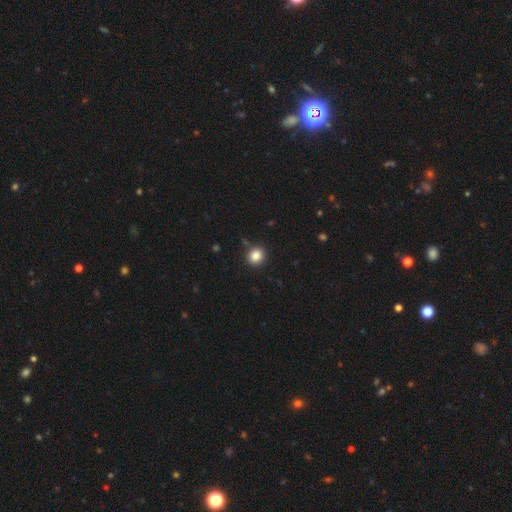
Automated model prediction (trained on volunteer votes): Smooth or featured? smooth (85%)
How rounded? round (86%)
Merging? none (88%)